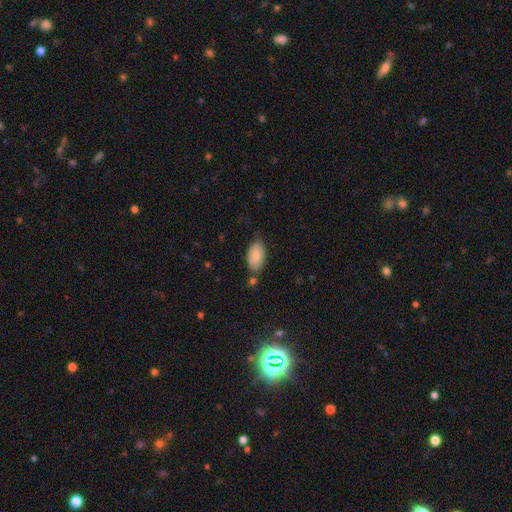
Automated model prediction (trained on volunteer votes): This is clearly a smooth galaxy (87%). How rounded: clearly in between (94%). Merging: likely none (72%).